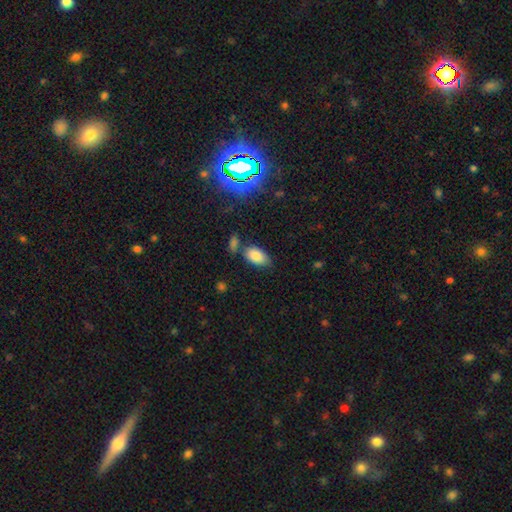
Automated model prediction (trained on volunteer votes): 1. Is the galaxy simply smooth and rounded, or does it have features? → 84% smooth, 9% star or artifact, 7% featured or disk.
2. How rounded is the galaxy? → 93% in between, 4% round, 2% cigar-shaped.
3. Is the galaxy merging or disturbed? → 61% none, 20% minor disturbance, 13% merger, 5% major disturbance.